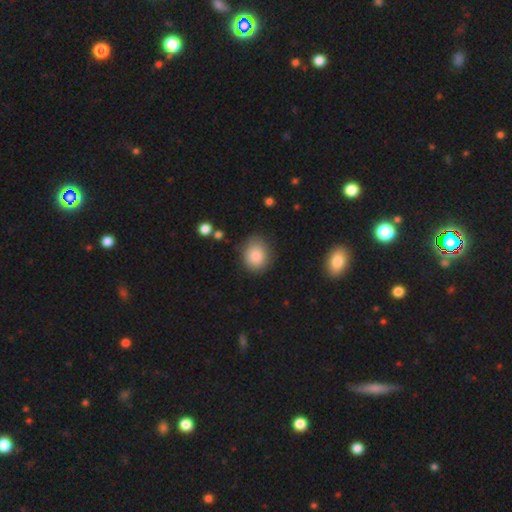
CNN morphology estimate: Q: Smooth or featured?
A: smooth (86%); runner-up: star or artifact (8%)
Q: How rounded?
A: round (61%); runner-up: in between (38%)
Q: Merging?
A: none (81%); runner-up: minor disturbance (14%)